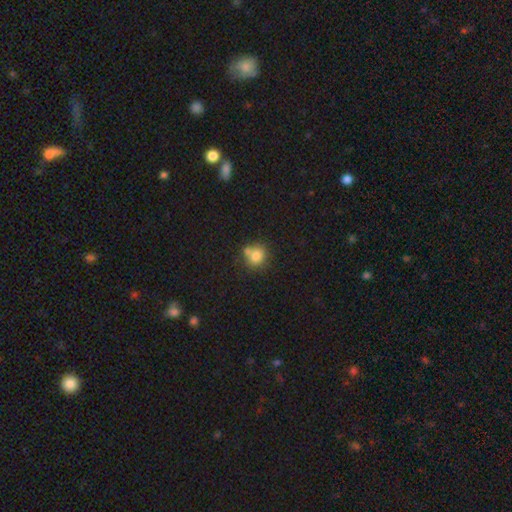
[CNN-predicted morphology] smooth 78%, star or artifact 11%, featured or disk 11%. Down the decision tree: how rounded — round (75%); merging — none (51%).